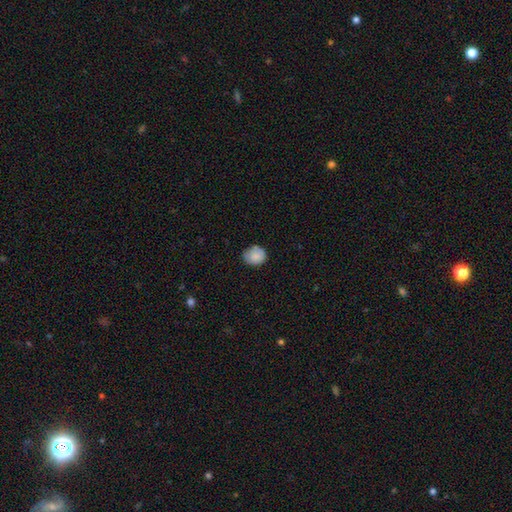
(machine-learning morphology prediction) This is clearly a smooth galaxy (85%). How rounded: likely round (66%). Merging: likely none (72%).